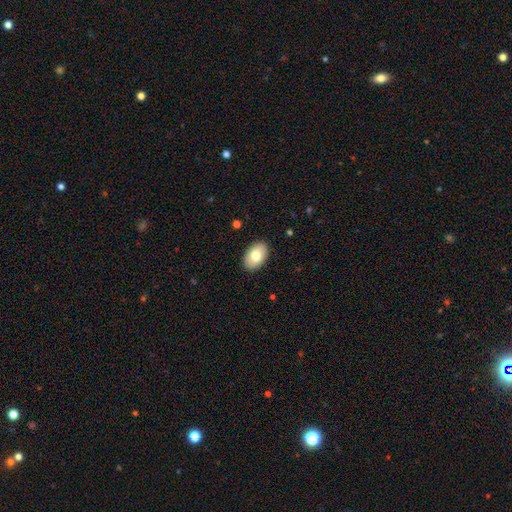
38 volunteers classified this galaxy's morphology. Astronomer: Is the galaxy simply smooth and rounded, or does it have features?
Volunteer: smooth — 82%.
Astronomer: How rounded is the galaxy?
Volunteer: in between — 94%.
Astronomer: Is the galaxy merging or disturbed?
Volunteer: none — 92%.